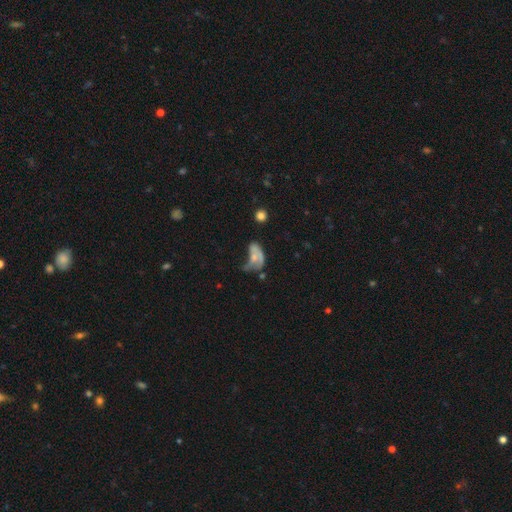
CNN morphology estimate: Smooth or featured? featured or disk (45%)
Merging? major disturbance (43%)